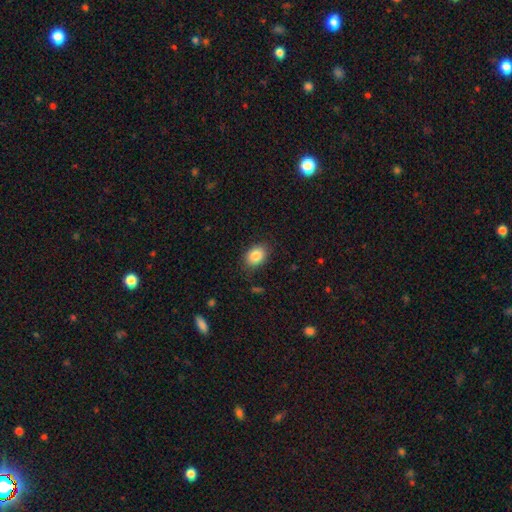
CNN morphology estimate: smooth_or_featured: smooth (p=0.86) [alt: star or artifact p=0.08]
how_rounded: in between (p=0.71) [alt: round p=0.28]
merging: none (p=0.83) [alt: minor disturbance p=0.13]